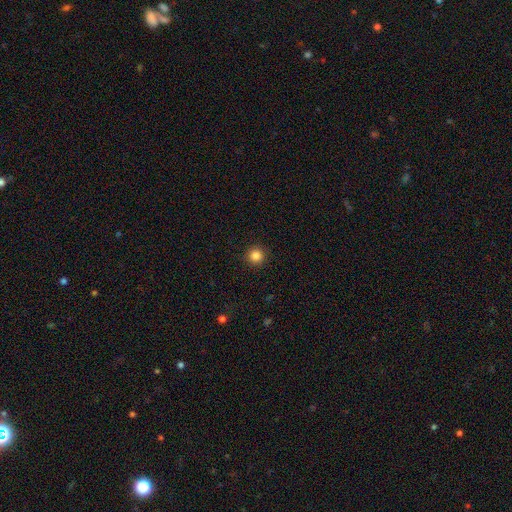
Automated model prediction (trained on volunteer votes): smooth 85%, star or artifact 11%, featured or disk 4%. Down the decision tree: how rounded — round (95%); merging — none (92%).